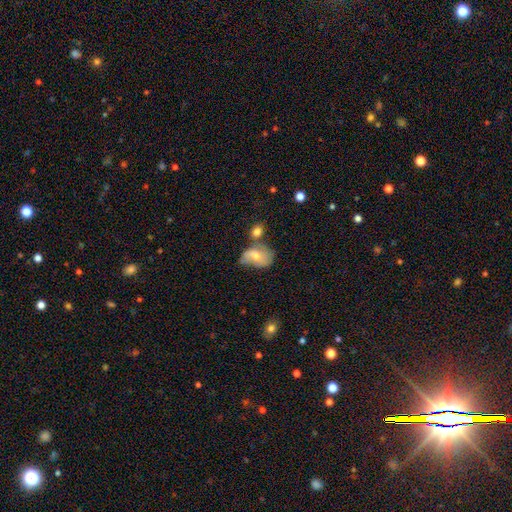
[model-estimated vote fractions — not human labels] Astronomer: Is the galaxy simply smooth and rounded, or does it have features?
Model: smooth — 53% (runner-up: featured or disk, 38%).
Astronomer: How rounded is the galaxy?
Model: in between — 79%.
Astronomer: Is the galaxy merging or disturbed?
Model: none — 29% (runner-up: minor disturbance, 28%).